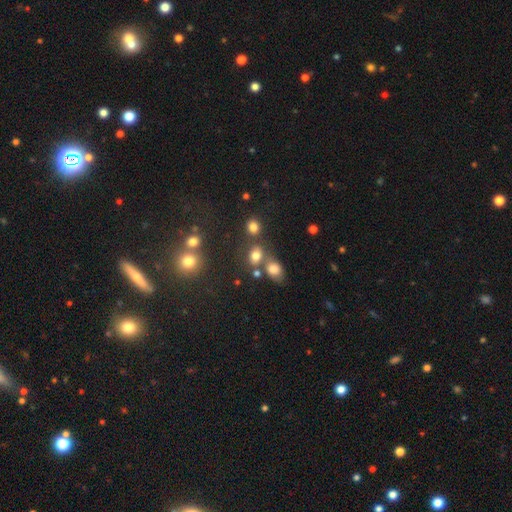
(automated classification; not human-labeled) This appears to be a smooth galaxy with no disk features (76%) that is in between round and cigar-shaped (61%). Merging: none (58%).